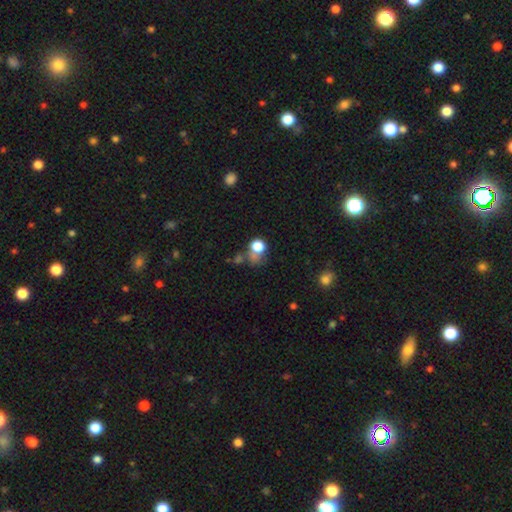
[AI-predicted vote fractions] smooth-or-featured: smooth: 71% | star or artifact: 17% | featured or disk: 12%
  how-rounded: round: 73% | in between: 26% | cigar-shaped: 1%
  merging: none: 39% | merger: 22% | major disturbance: 21% | minor disturbance: 18%